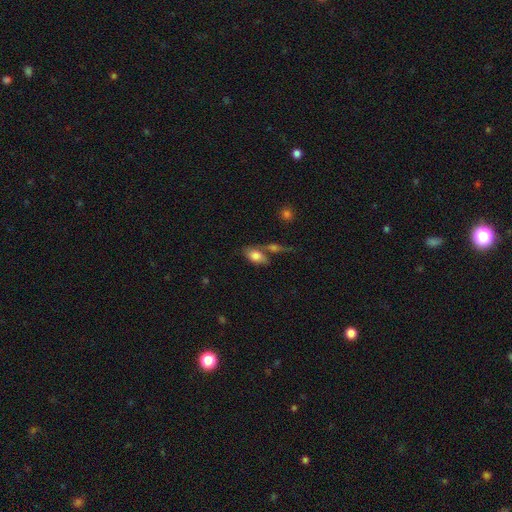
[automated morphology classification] Smooth or featured: smooth — 78% (featured or disk — 15%)
How rounded: in between — 90% (round — 6%)
Merging: none — 47% (merger — 30%)